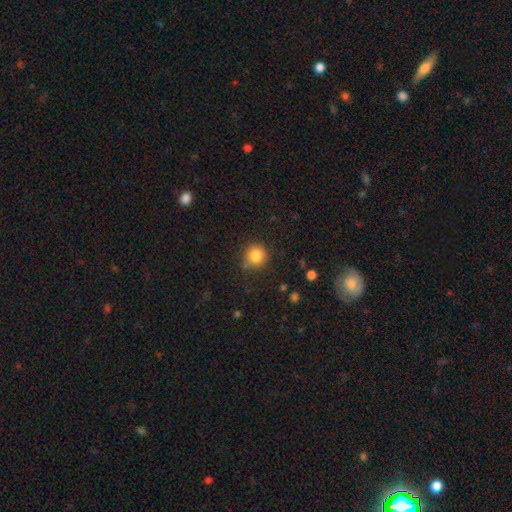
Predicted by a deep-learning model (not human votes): The model was most divided on "merging": none: 78%, minor disturbance: 15%, major disturbance: 4%, merger: 3%. More confident: how rounded — round (90%); smooth or featured — smooth (83%).